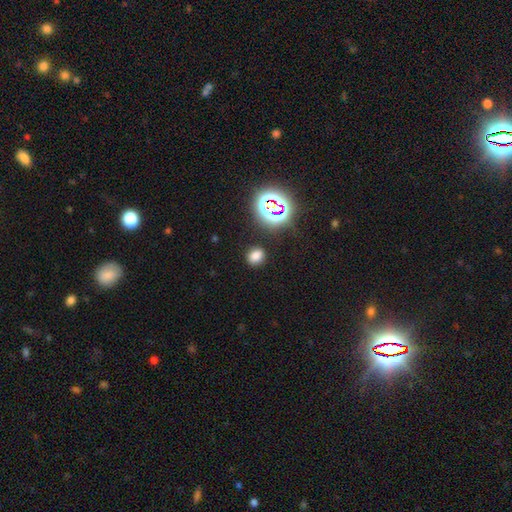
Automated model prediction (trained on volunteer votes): smooth_or_featured: smooth (p=0.73) [alt: star or artifact p=0.21]
how_rounded: round (p=0.52) [alt: in between p=0.47]
merging: none (p=0.86) [alt: minor disturbance p=0.09]